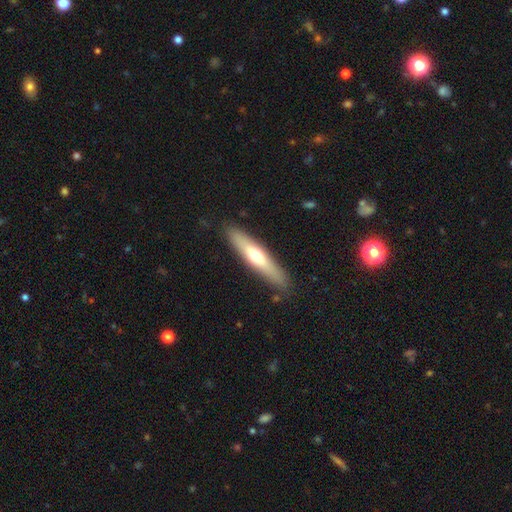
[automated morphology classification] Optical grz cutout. It shows a smooth galaxy with no disk features (50%). Merging: none (87%).